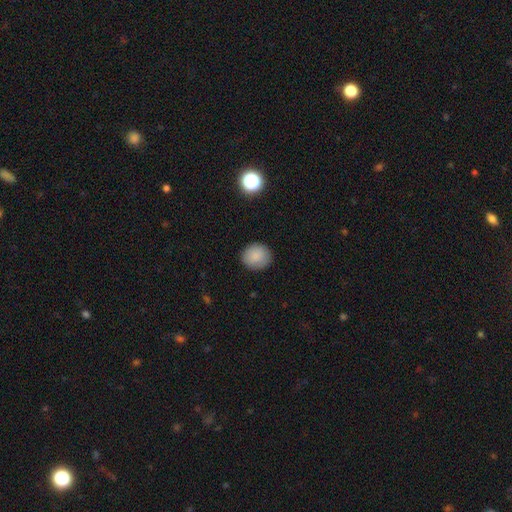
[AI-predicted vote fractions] Smooth or featured? Predicted: smooth (p=0.87). How rounded? Predicted: round (p=0.79). Merging? Predicted: none (p=0.87).